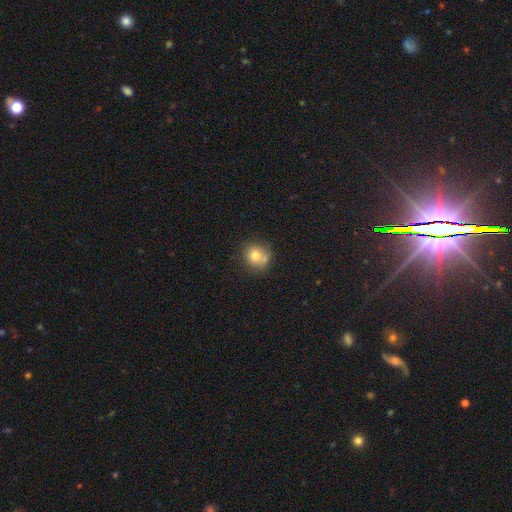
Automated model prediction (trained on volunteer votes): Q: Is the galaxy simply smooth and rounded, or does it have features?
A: smooth — 77%.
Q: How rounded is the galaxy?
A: round — 80%.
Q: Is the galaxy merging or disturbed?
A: none — 60%.